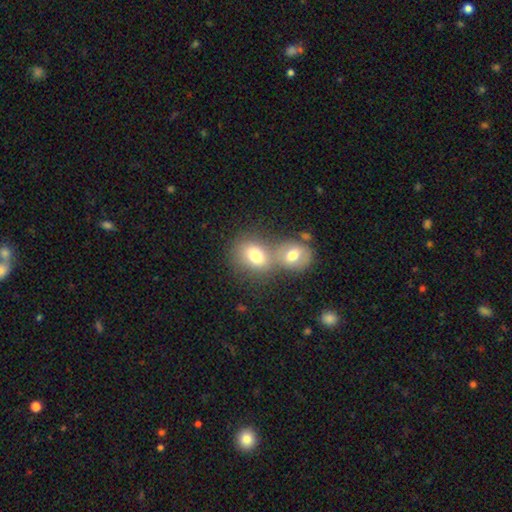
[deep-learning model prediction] Smooth or featured? smooth (75%)
How rounded? in between (53%)
Merging? merger (55%)